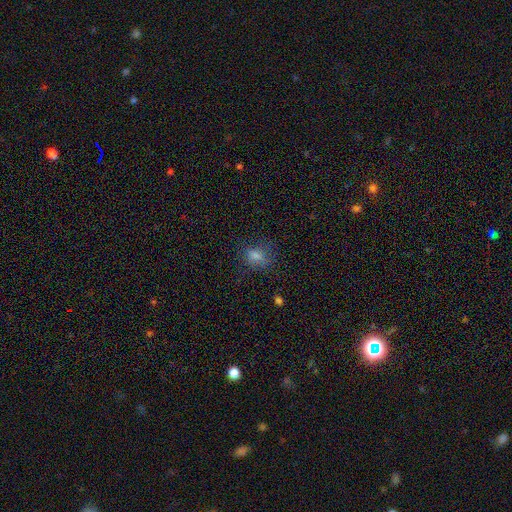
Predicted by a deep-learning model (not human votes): The model was most divided on "how rounded": in between: 56%, round: 41%, cigar-shaped: 3%. More confident: smooth or featured — smooth (70%); merging — none (68%).